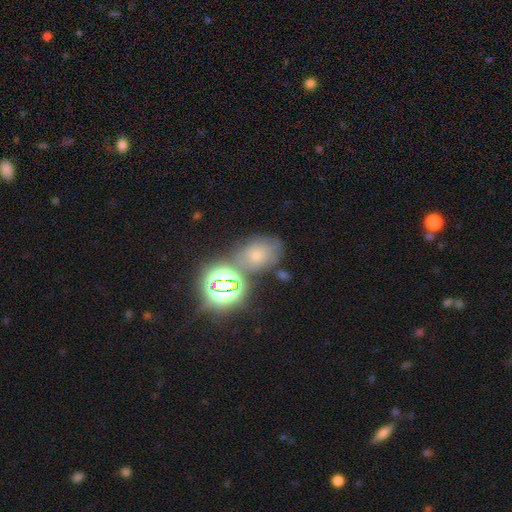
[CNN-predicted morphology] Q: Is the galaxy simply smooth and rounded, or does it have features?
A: smooth — 46%.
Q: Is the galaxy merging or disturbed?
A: none — 56%.